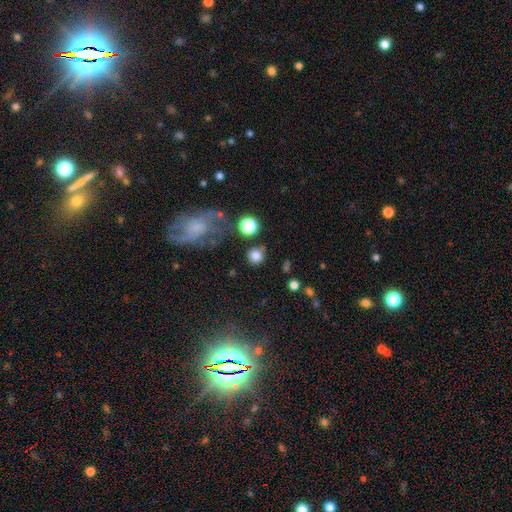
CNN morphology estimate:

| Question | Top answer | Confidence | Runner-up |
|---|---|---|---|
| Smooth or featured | smooth | 81% | star or artifact (12%) |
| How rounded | round | 89% | in between (10%) |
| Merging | none | 79% | minor disturbance (10%) |